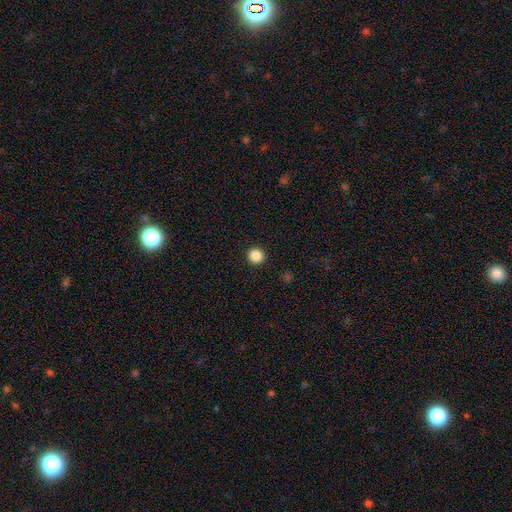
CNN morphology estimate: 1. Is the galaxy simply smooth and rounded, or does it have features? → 87% smooth, 10% star or artifact, 3% featured or disk.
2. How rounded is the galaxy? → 95% round, 4% in between, 1% cigar-shaped.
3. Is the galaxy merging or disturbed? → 94% none, 4% minor disturbance, 1% major disturbance, 1% merger.